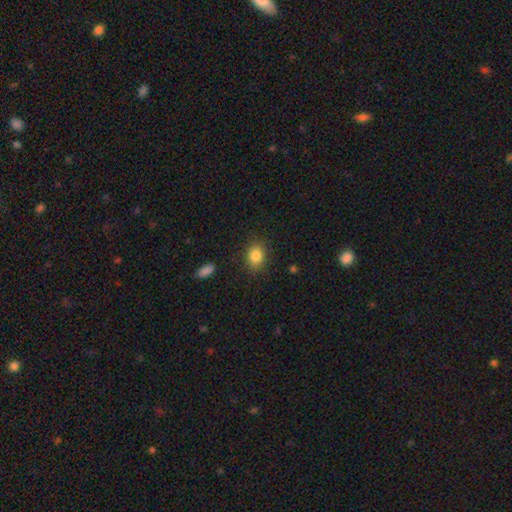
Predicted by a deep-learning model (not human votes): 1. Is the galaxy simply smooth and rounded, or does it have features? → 85% smooth, 10% star or artifact, 6% featured or disk.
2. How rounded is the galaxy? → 57% in between, 42% round, 1% cigar-shaped.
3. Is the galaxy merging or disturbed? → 84% none, 11% minor disturbance, 3% major disturbance, 2% merger.